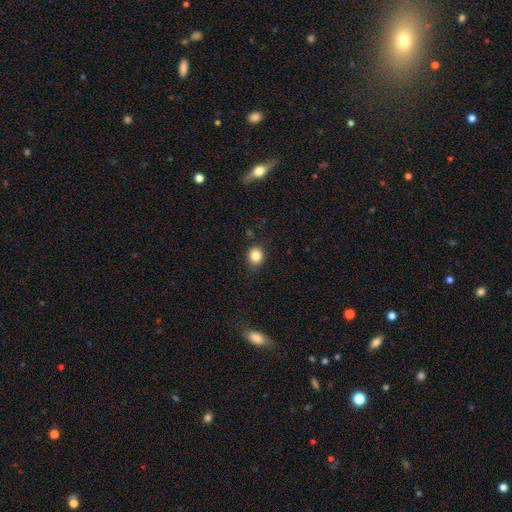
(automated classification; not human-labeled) The model was most divided on "how rounded": round: 72%, in between: 27%, cigar-shaped: 1%. More confident: merging — none (85%); smooth or featured — smooth (83%).